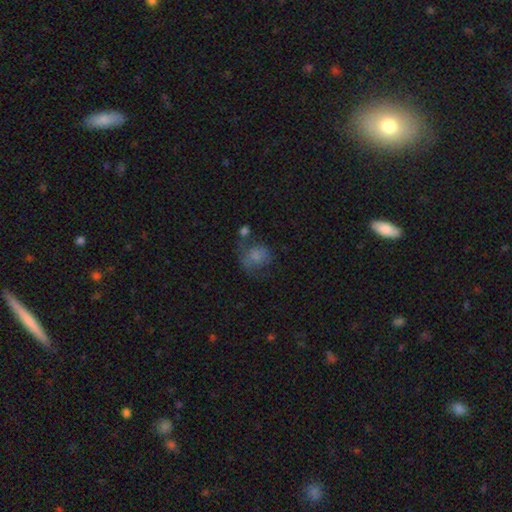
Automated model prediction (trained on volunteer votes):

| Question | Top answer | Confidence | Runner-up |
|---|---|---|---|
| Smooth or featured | smooth | 68% | featured or disk (20%) |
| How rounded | round | 70% | in between (29%) |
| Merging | none | 35% | major disturbance (27%) |